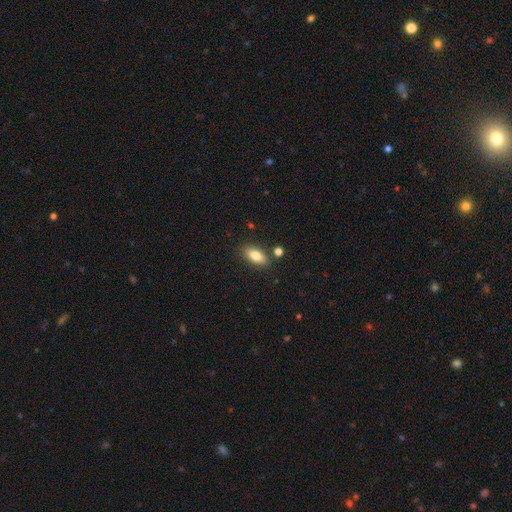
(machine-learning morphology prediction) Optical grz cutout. It shows a smooth galaxy with no disk features (79%) that is in between round and cigar-shaped (83%). Merging: none (82%).